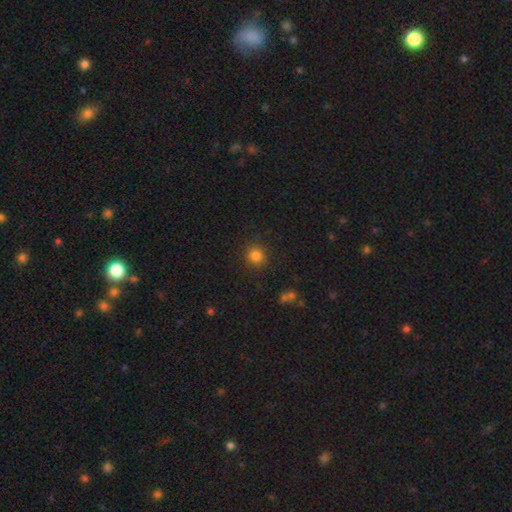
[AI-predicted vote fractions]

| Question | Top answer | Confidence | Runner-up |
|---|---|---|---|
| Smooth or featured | smooth | 82% | star or artifact (13%) |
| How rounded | round | 89% | in between (10%) |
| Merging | none | 88% | minor disturbance (8%) |